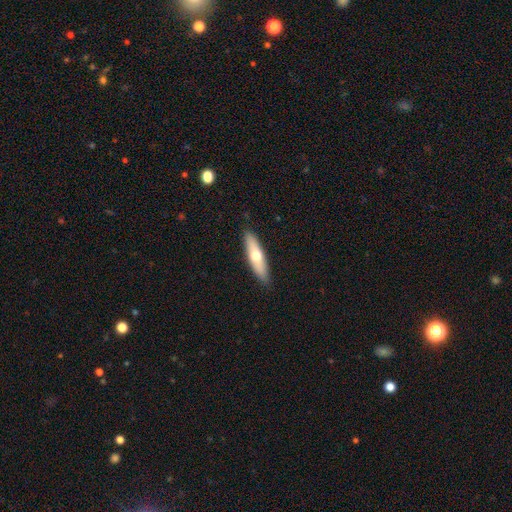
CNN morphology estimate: Smooth or featured?
  - smooth: 56% *
  - featured or disk: 39%
  - star or artifact: 5%
How rounded?
  - cigar-shaped: 67% *
  - in between: 31%
  - round: 2%
Merging?
  - none: 89% *
  - minor disturbance: 9%
  - major disturbance: 2%
  - merger: 1%